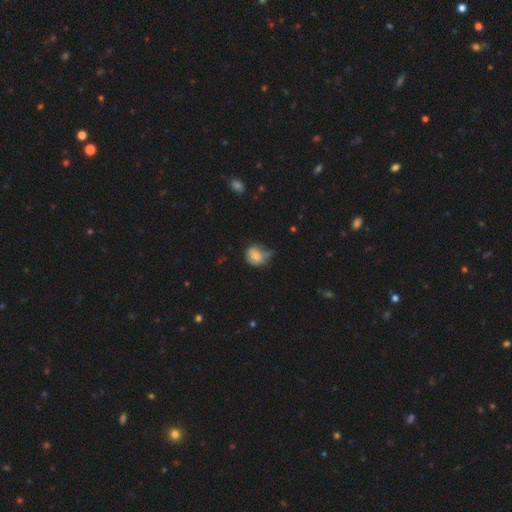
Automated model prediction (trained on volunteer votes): smooth-or-featured: smooth: 72% | featured or disk: 18% | star or artifact: 10%
  how-rounded: round: 56% | in between: 43% | cigar-shaped: 1%
  merging: none: 38% | minor disturbance: 37% | major disturbance: 19% | merger: 7%